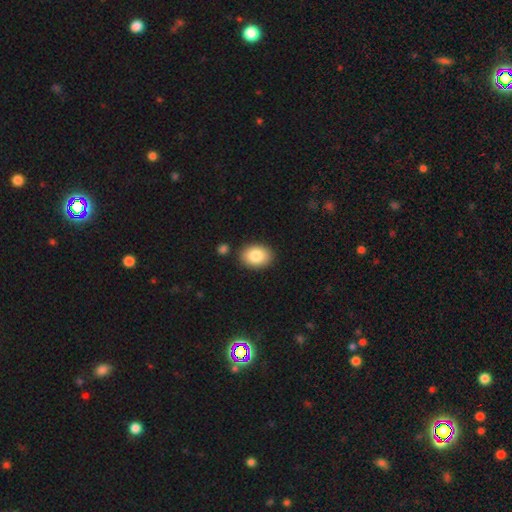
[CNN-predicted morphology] smooth 84%, featured or disk 9%, star or artifact 7%. Down the decision tree: how rounded — in between (75%); merging — none (86%).